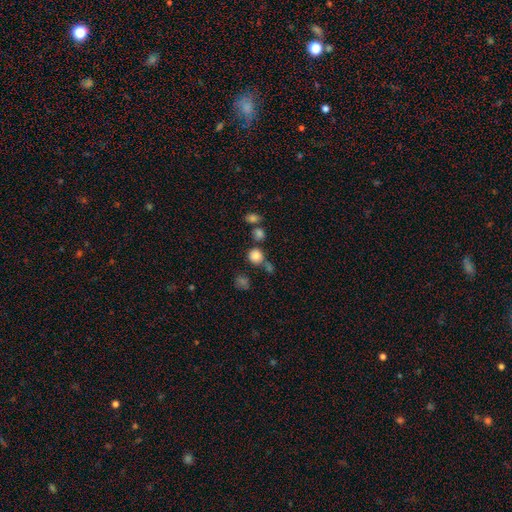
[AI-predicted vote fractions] smooth 81%, star or artifact 13%, featured or disk 7%. Down the decision tree: how rounded — round (88%); merging — none (64%).